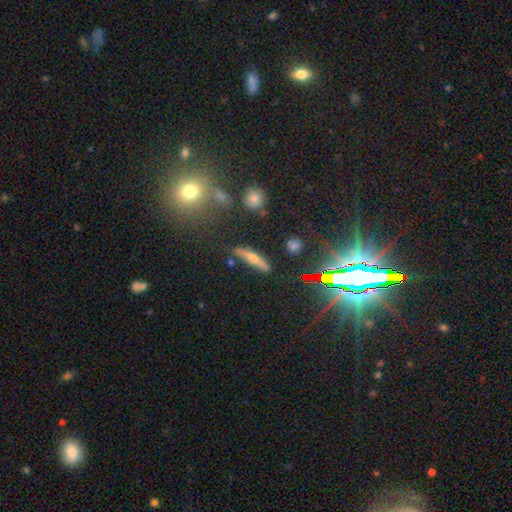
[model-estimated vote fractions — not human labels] smooth_or_featured: featured or disk (p=0.40) [alt: smooth p=0.32]
merging: none (p=0.80) [alt: minor disturbance p=0.12]